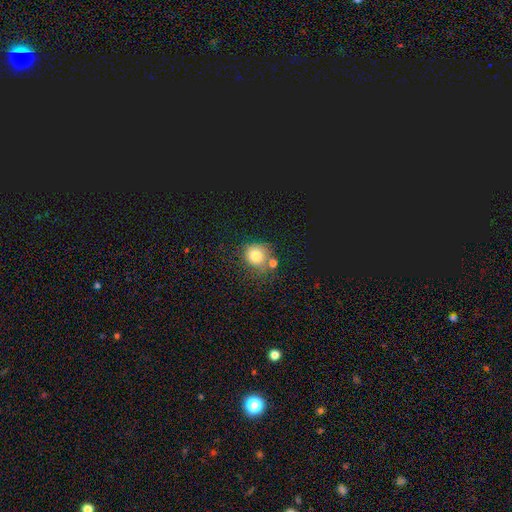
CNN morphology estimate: smooth 79%, star or artifact 12%, featured or disk 10%. Down the decision tree: how rounded — round (84%); merging — none (57%).